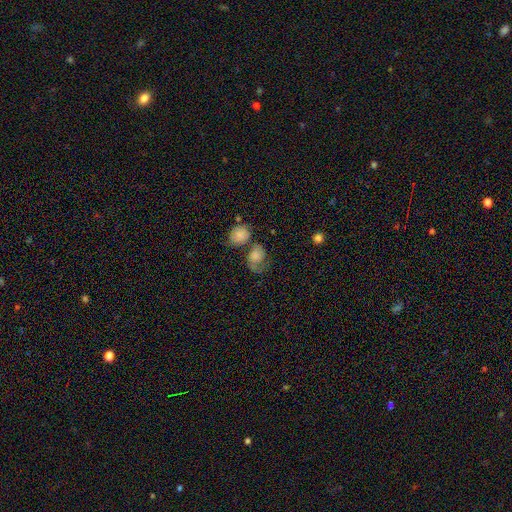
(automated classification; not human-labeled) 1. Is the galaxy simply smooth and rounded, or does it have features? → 57% smooth, 32% featured or disk, 11% star or artifact.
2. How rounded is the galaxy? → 50% round, 49% in between, 1% cigar-shaped.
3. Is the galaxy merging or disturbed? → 34% none, 26% merger, 21% minor disturbance, 19% major disturbance.